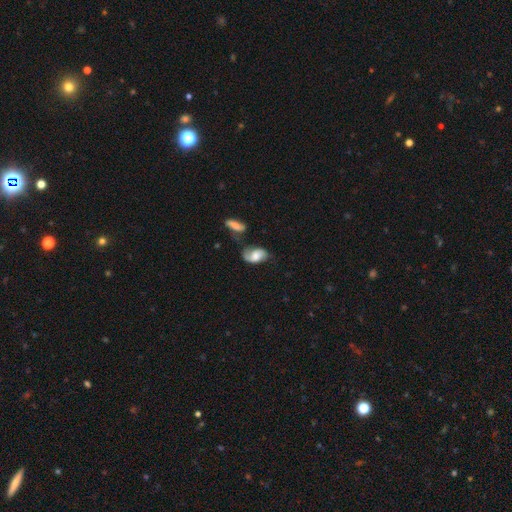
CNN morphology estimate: The model was most divided on "smooth or featured": featured or disk: 49%, smooth: 43%, star or artifact: 8%. Remaining: merging — none (46%).